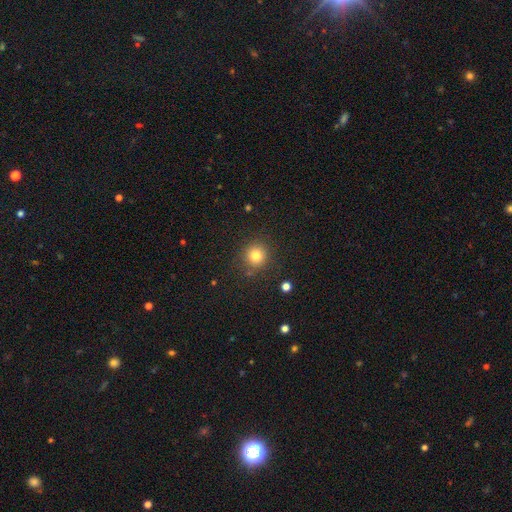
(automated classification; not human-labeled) smooth_or_featured: smooth (p=0.80) [alt: star or artifact p=0.13]
how_rounded: round (p=0.92) [alt: in between p=0.07]
merging: none (p=0.86) [alt: minor disturbance p=0.08]